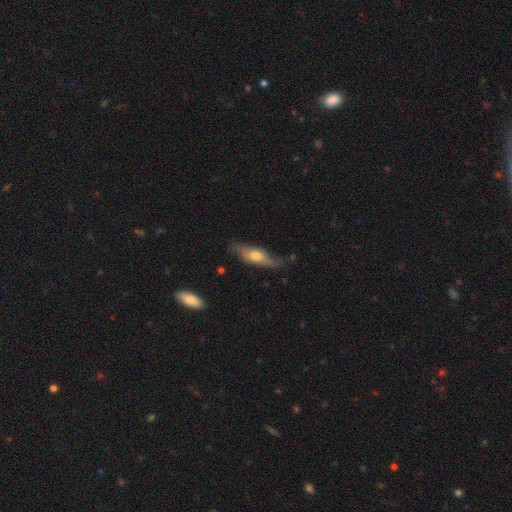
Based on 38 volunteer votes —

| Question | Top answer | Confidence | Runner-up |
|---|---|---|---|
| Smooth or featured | featured or disk | 55% | smooth (37%) |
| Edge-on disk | yes | 81% | no (19%) |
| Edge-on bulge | rounded | 94% | boxy (6%) |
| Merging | none | 77% | minor disturbance (17%) |